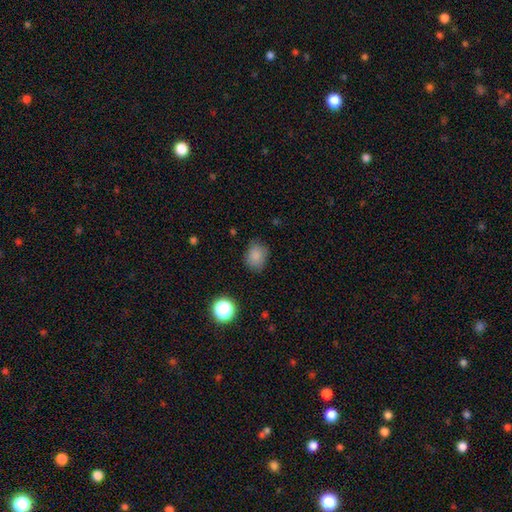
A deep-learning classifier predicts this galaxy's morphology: smooth_or_featured: smooth (p=0.83) [alt: star or artifact p=0.11]
how_rounded: round (p=0.55) [alt: in between p=0.44]
merging: none (p=0.77) [alt: minor disturbance p=0.17]